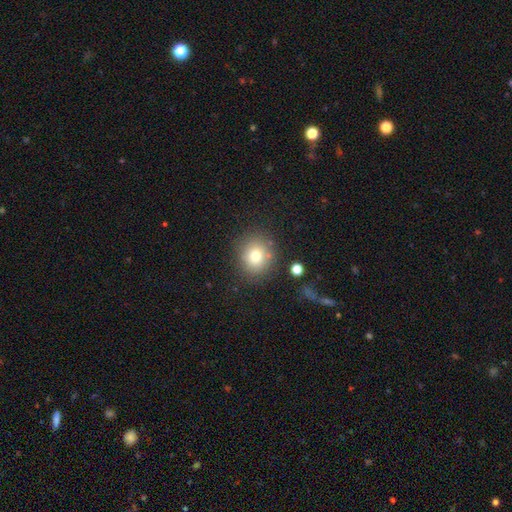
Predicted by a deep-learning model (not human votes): Q: Smooth or featured?
A: smooth (76%); runner-up: star or artifact (13%)
Q: How rounded?
A: round (78%); runner-up: in between (21%)
Q: Merging?
A: none (81%); runner-up: minor disturbance (11%)